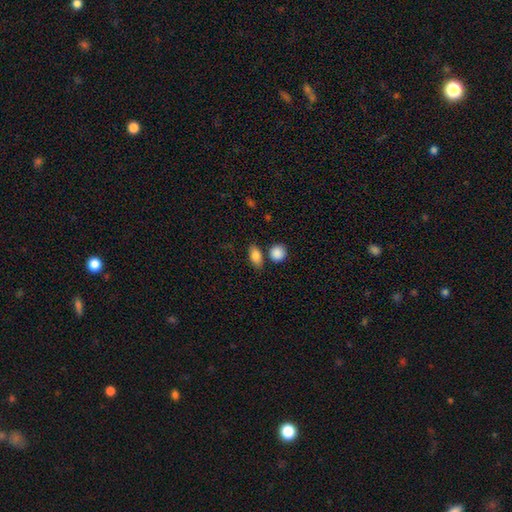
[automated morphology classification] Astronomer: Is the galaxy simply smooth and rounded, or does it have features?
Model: smooth — 85%.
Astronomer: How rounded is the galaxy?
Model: in between — 82%.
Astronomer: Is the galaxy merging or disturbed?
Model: none — 71%.